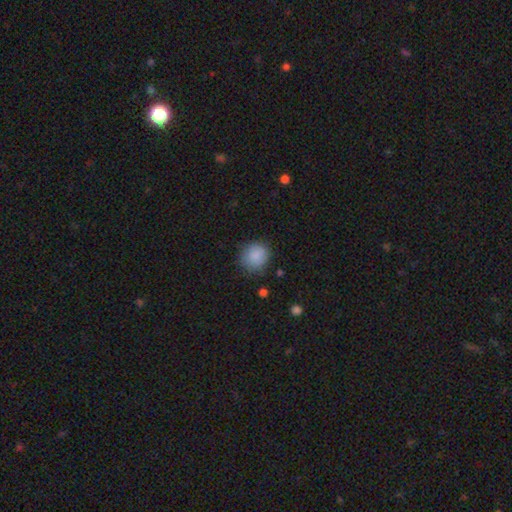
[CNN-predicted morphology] Smooth or featured? Predicted: smooth (p=0.87). How rounded? Predicted: round (p=0.84). Merging? Predicted: none (p=0.79).